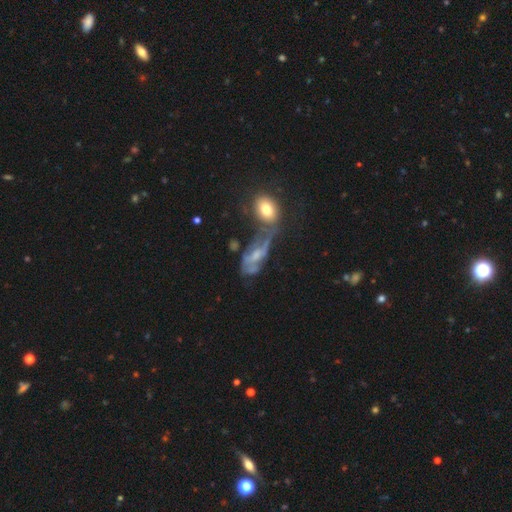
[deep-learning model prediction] This appears to be a featured or disk galaxy (63%) with no bar (61%), spiral arms (53%) and a small central bulge (38%). Merging: major disturbance (29%).